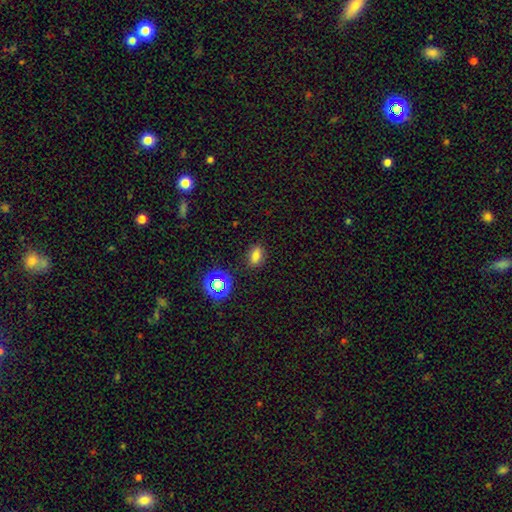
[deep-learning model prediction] Overall: smooth (72%). How rounded: in between (78%). Merging: none (85%).